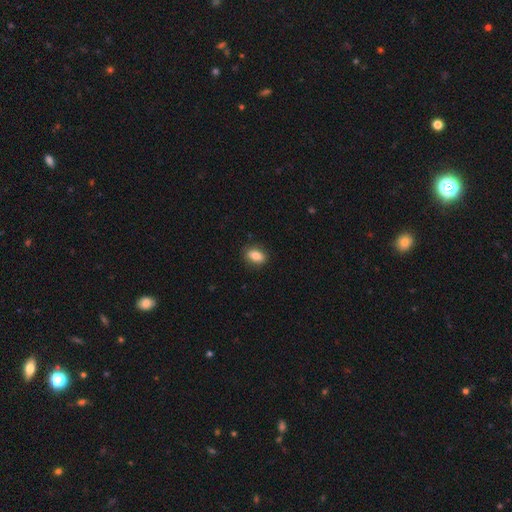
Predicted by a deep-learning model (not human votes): Smooth or featured?
  - smooth: 83% *
  - featured or disk: 9%
  - star or artifact: 8%
How rounded?
  - in between: 82% *
  - round: 15%
  - cigar-shaped: 3%
Merging?
  - none: 87% *
  - minor disturbance: 10%
  - major disturbance: 2%
  - merger: 1%